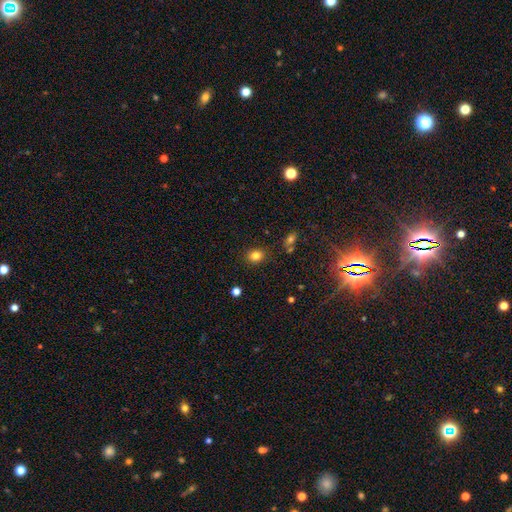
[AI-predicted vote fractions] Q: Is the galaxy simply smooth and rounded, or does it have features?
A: smooth — 81%.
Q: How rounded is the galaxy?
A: round — 67%.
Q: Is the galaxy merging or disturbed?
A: none — 86%.